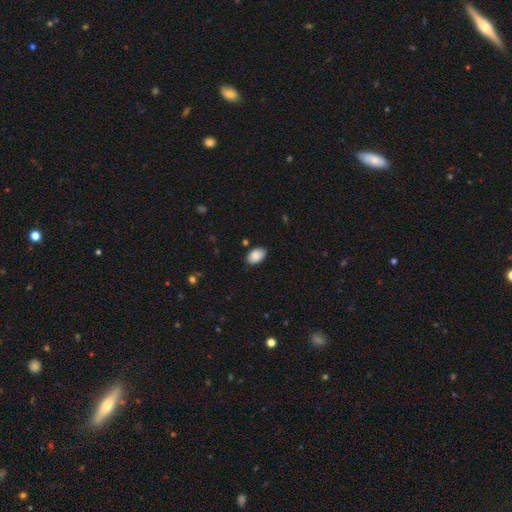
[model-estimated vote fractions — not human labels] The model was most divided on "merging": none: 85%, minor disturbance: 11%, major disturbance: 2%, merger: 1%. More confident: how rounded — in between (90%); smooth or featured — smooth (89%).